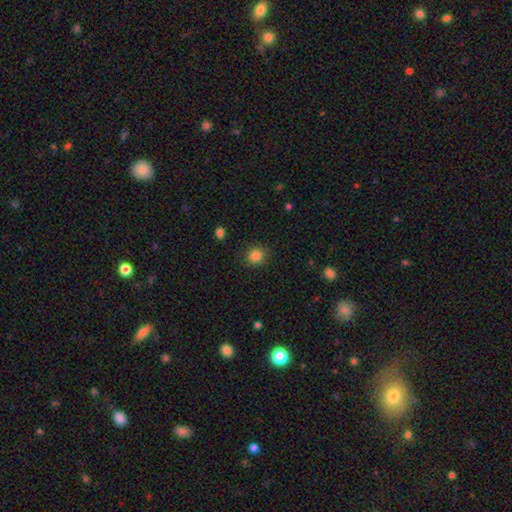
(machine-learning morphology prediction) This is clearly a smooth galaxy (84%). How rounded: clearly round (85%). Merging: clearly none (85%).